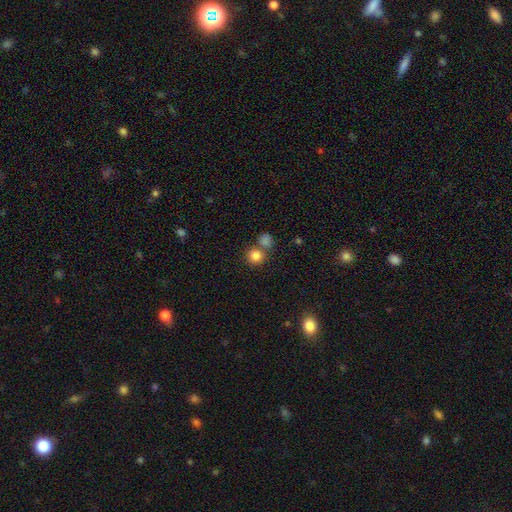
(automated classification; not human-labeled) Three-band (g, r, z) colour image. It shows a smooth galaxy with no disk features (83%) that is round (90%). Merging: none (64%).